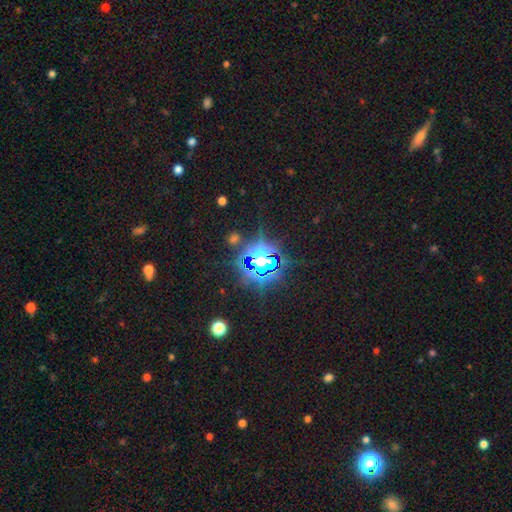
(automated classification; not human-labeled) A star or artifact, not a galaxy (82%).